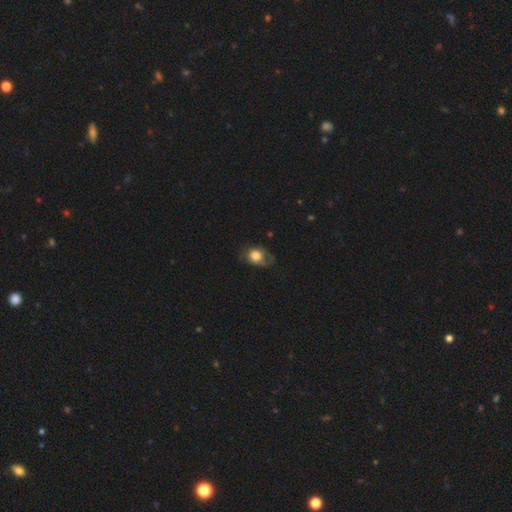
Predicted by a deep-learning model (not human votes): smooth 73%, featured or disk 19%, star or artifact 9%. Down the decision tree: how rounded — in between (50%); merging — none (45%).